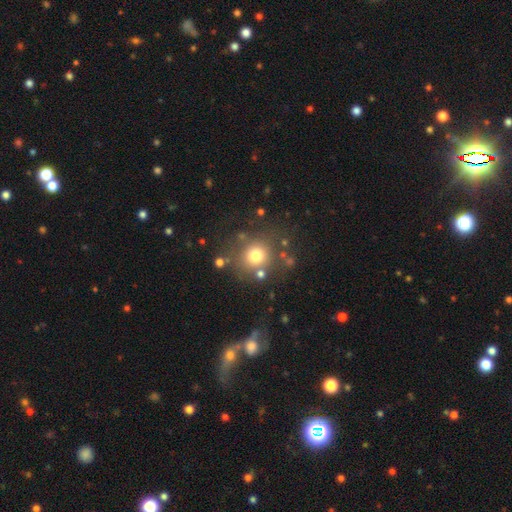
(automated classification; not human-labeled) smooth_or_featured: smooth (p=0.74) [alt: star or artifact p=0.16]
how_rounded: round (p=0.89) [alt: in between p=0.10]
merging: none (p=0.77) [alt: minor disturbance p=0.11]